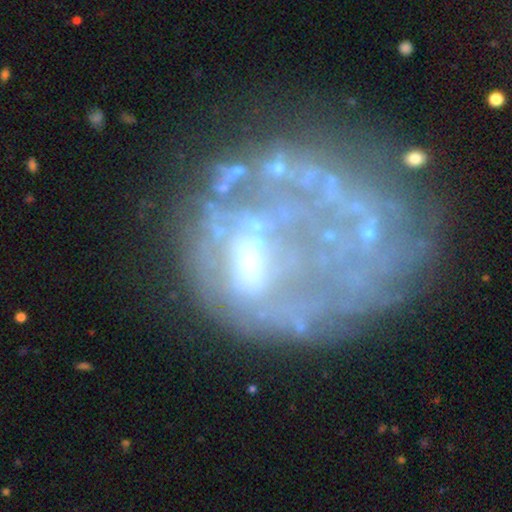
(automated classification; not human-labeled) This is likely a featured or disk galaxy (68%). It is clearly not viewed edge-on (97%). Bar: likely no (72%). Spiral arm pattern: clearly no (83%). Central bulge: marginally none (43%). Merging: marginally major disturbance (37%).